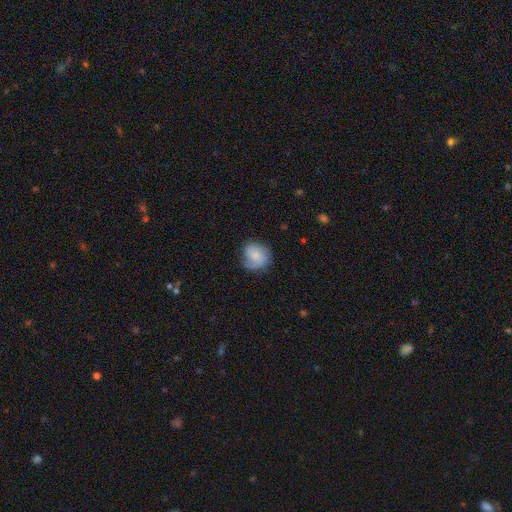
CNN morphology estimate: Q: Smooth or featured?
A: smooth (61%); runner-up: featured or disk (31%)
Q: How rounded?
A: round (75%); runner-up: in between (24%)
Q: Merging?
A: none (66%); runner-up: minor disturbance (24%)